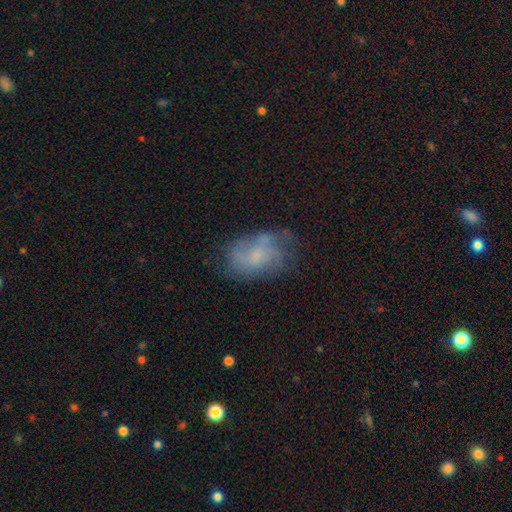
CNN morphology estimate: This appears to be a featured or disk galaxy (47%). Merging: none (54%).